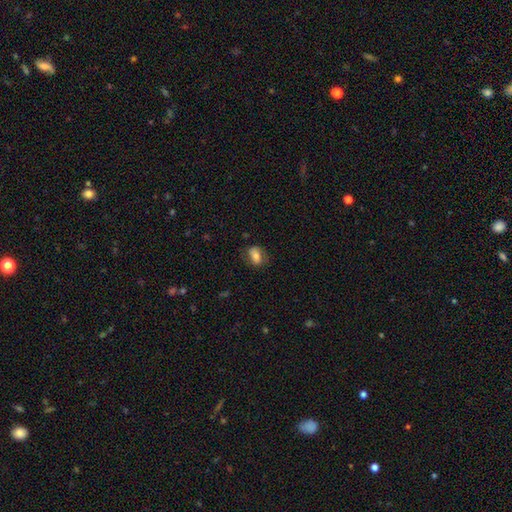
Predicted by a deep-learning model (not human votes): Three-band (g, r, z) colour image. It shows a smooth galaxy with no disk features (72%) that is in between round and cigar-shaped (79%). Merging: none (74%).